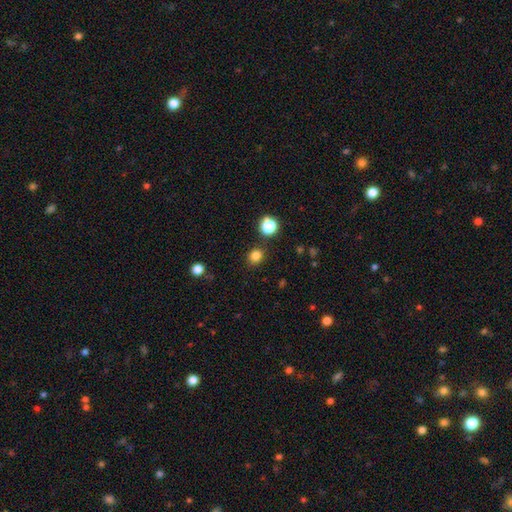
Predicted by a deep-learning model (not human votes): Smooth or featured? Predicted: smooth (p=0.81). How rounded? Predicted: round (p=0.77). Merging? Predicted: none (p=0.86).